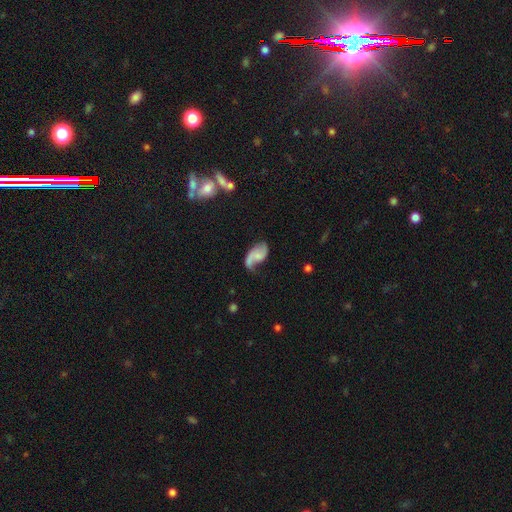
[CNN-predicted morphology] The model was most divided on "bulge size": small: 44%, none: 32%, moderate: 20%, large: 3%, dominant: 1%. Remaining: edge-on disk — no (97%); spiral arms — yes (92%); spiral arm count — 2 (73%); smooth or featured — featured or disk (71%); spiral winding — loose (61%); bar — no (61%); merging — none (45%).